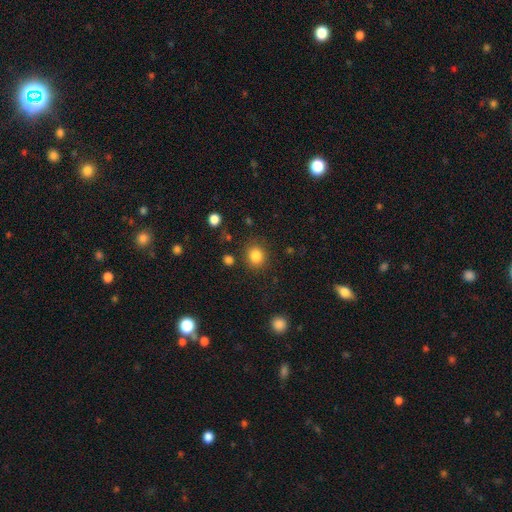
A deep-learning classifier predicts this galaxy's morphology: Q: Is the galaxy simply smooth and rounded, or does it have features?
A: smooth — 84%.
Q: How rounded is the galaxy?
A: round — 79%.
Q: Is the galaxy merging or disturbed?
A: none — 84%.